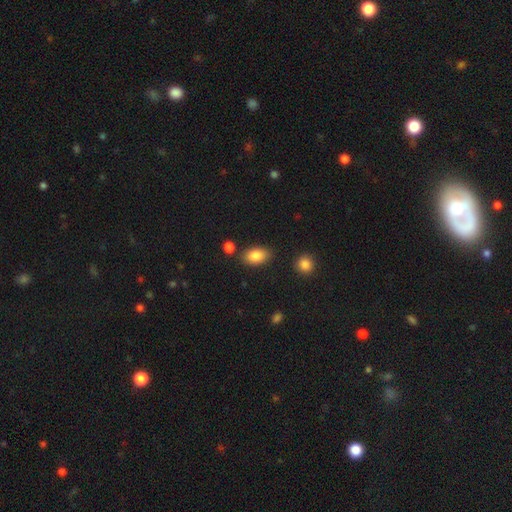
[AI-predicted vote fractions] Smooth or featured? Predicted: smooth (p=0.86). How rounded? Predicted: in between (p=0.89). Merging? Predicted: none (p=0.79).